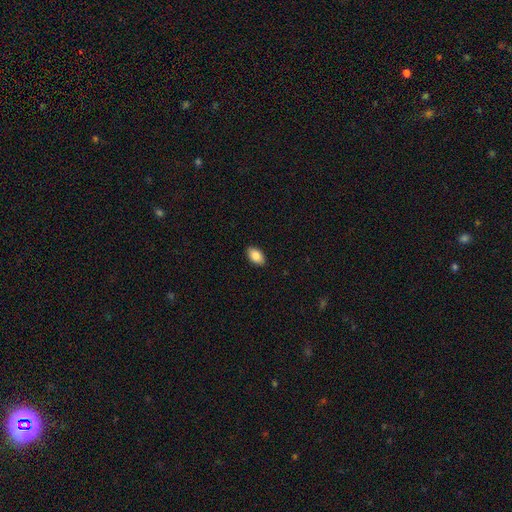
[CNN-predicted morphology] The model was most divided on "smooth or featured": smooth: 87%, star or artifact: 7%, featured or disk: 6%. More confident: how rounded — in between (92%); merging — none (89%).